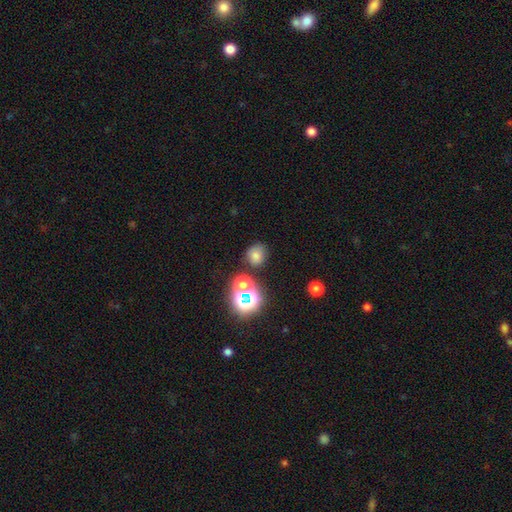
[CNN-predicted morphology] smooth-or-featured: smooth: 67% | star or artifact: 25% | featured or disk: 8%
  how-rounded: round: 78% | in between: 21% | cigar-shaped: 1%
  merging: none: 74% | minor disturbance: 12% | merger: 10% | major disturbance: 4%